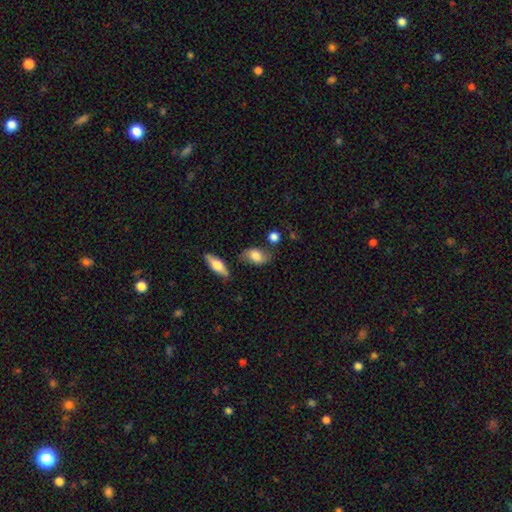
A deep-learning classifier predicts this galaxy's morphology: This is likely a smooth galaxy (63%). How rounded: clearly in between (83%). Merging: likely none (70%).